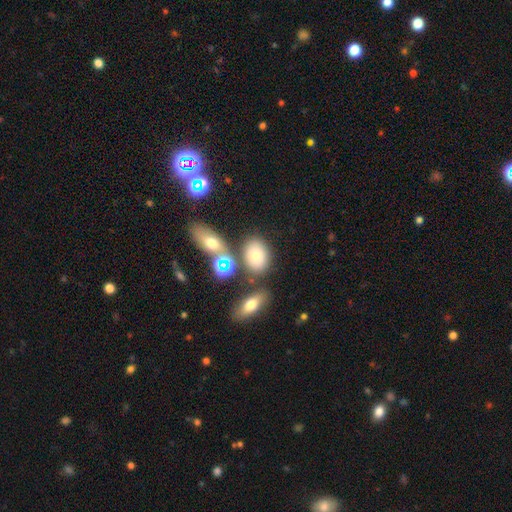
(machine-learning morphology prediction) The model was most divided on "merging": none: 71%, merger: 12%, minor disturbance: 12%, major disturbance: 5%. More confident: how rounded — in between (79%); smooth or featured — smooth (73%).